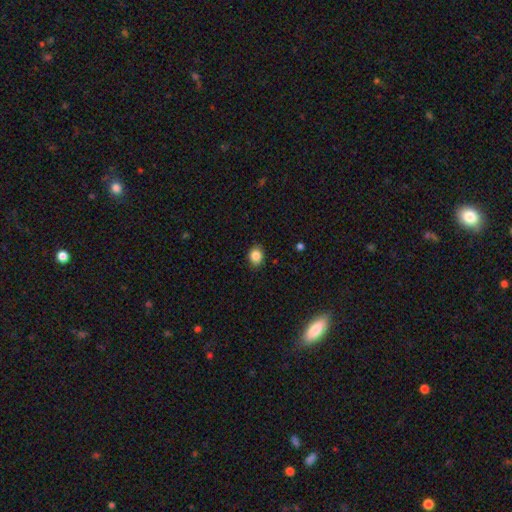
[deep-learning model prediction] Smooth or featured? Predicted: smooth (p=0.85). How rounded? Predicted: in between (p=0.52). Merging? Predicted: none (p=0.86).